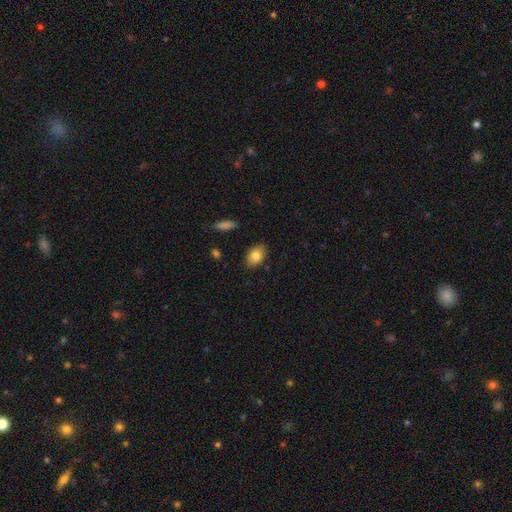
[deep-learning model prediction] Overall: smooth (82%). How rounded: in between (86%). Merging: none (86%).